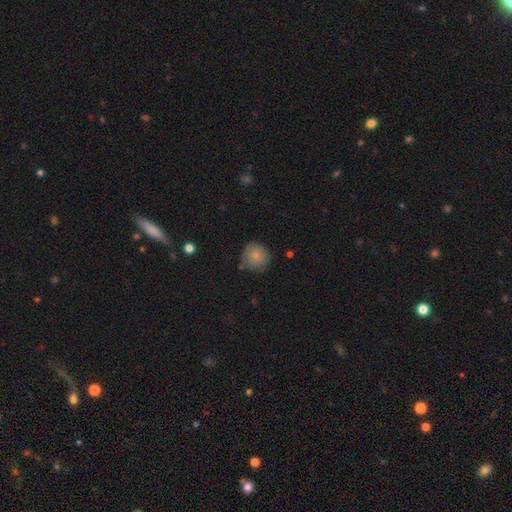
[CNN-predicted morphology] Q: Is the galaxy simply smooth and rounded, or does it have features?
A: smooth — 83%.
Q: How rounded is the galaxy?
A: round — 92%.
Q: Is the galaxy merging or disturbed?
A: none — 75%.